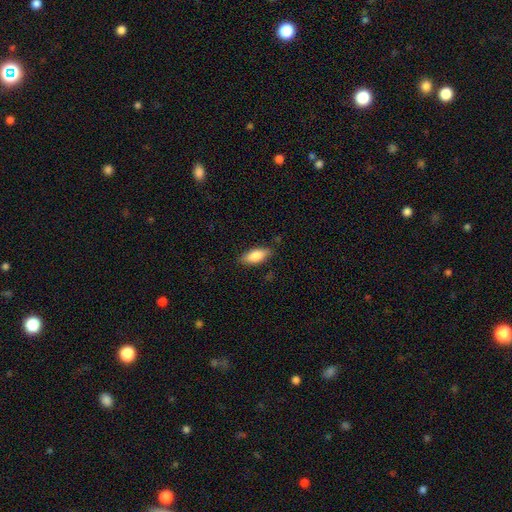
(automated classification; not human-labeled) Smooth or featured? smooth (83%)
How rounded? in between (80%)
Merging? none (81%)